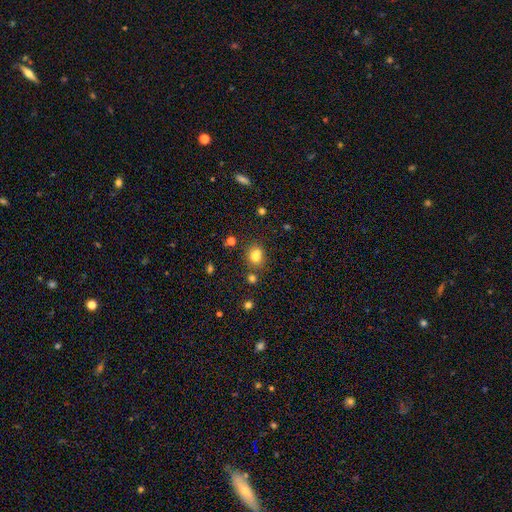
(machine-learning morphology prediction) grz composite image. It shows a smooth galaxy with no disk features (73%) that is round (57%). Merging: none (50%).